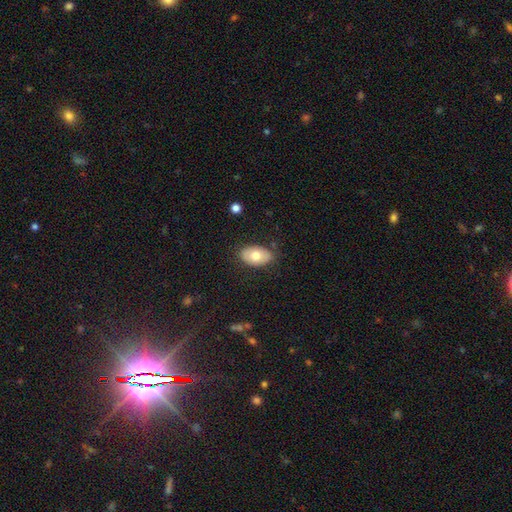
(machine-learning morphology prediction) Smooth or featured?
  - smooth: 72% *
  - featured or disk: 22%
  - star or artifact: 7%
How rounded?
  - in between: 90% *
  - round: 9%
  - cigar-shaped: 1%
Merging?
  - none: 81% *
  - minor disturbance: 15%
  - major disturbance: 3%
  - merger: 1%